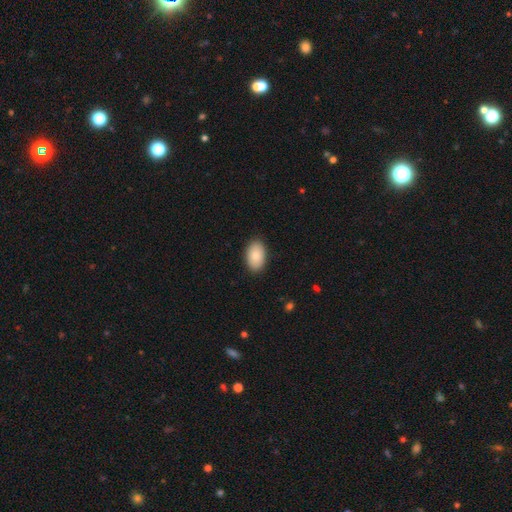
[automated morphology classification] smooth-or-featured: smooth: 86% | featured or disk: 7% | star or artifact: 6%
  how-rounded: in between: 93% | round: 6% | cigar-shaped: 1%
  merging: none: 89% | minor disturbance: 8% | major disturbance: 2% | merger: 1%